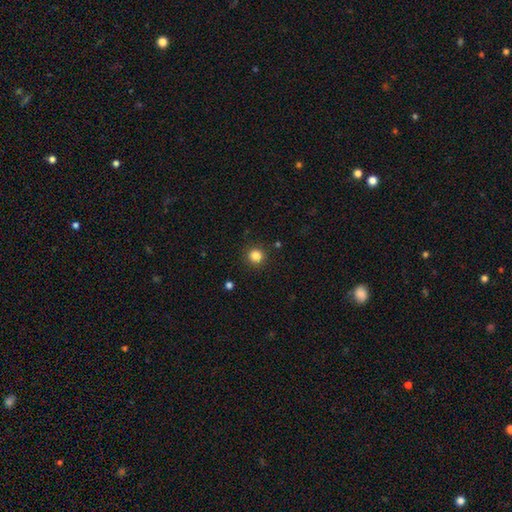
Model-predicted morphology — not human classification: A smooth galaxy with no disk features (83%) that is round (94%). Merging: none (91%).